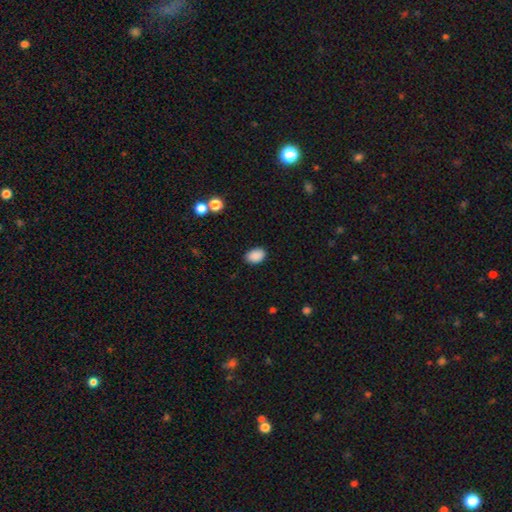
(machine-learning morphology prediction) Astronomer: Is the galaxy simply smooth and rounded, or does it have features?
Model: smooth — 89%.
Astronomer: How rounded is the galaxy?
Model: in between — 82%.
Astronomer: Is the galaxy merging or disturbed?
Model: none — 86%.